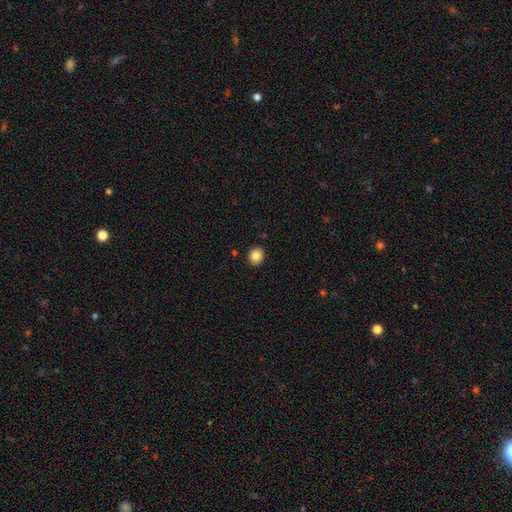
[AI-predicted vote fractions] Smooth or featured? Predicted: smooth (p=0.85). How rounded? Predicted: round (p=0.71). Merging? Predicted: none (p=0.90).